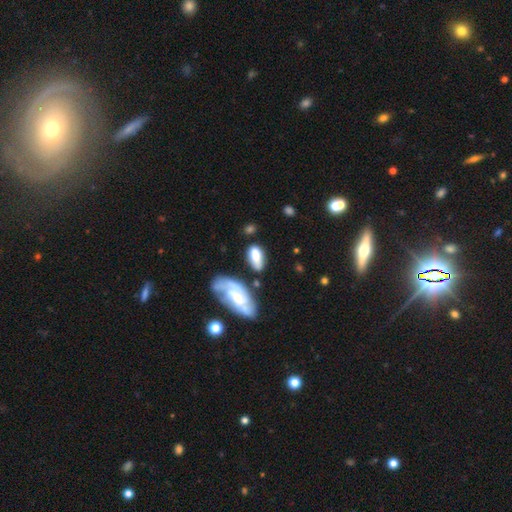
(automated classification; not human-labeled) This is likely a smooth galaxy (70%). How rounded: clearly in between (87%). Merging: possibly none (50%).